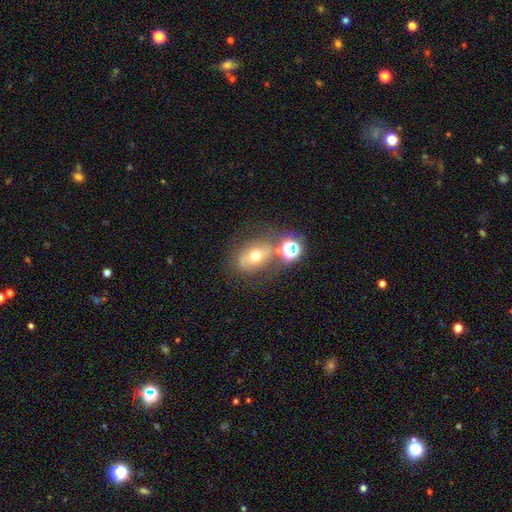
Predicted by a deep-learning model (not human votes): Q: Smooth or featured?
A: smooth (52%); runner-up: featured or disk (29%)
Q: How rounded?
A: in between (66%); runner-up: round (33%)
Q: Merging?
A: none (57%); runner-up: merger (19%)